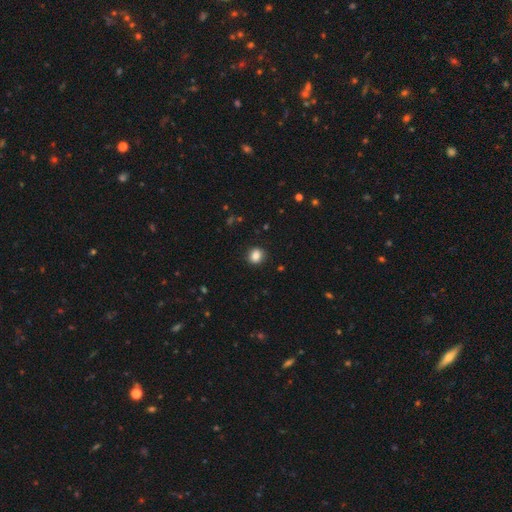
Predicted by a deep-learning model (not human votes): smooth 85%, star or artifact 10%, featured or disk 5%. Down the decision tree: how rounded — round (77%); merging — none (88%).